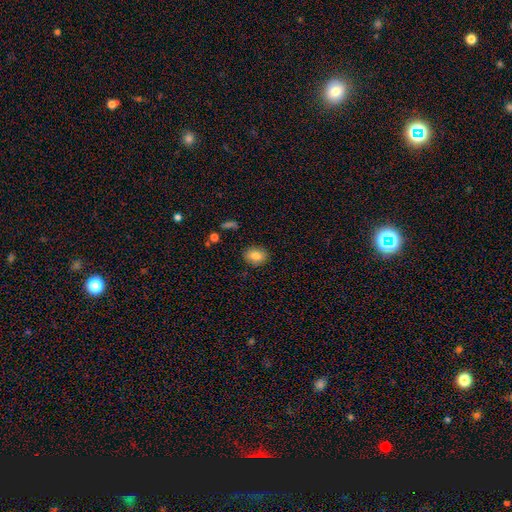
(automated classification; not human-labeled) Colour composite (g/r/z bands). It shows a smooth galaxy with no disk features (83%) that is in between round and cigar-shaped (61%). Merging: none (86%).